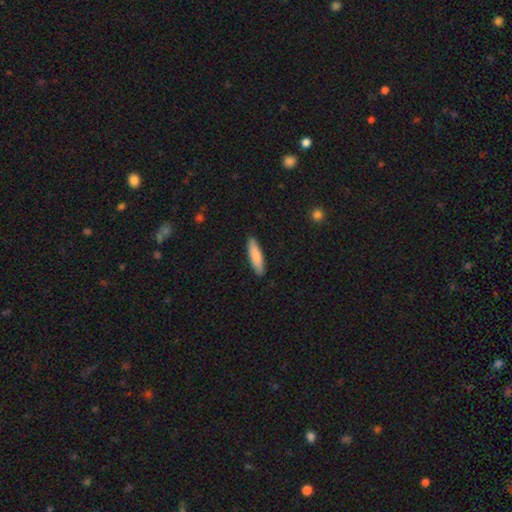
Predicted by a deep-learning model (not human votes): Smooth or featured? Predicted: smooth (p=0.85). How rounded? Predicted: cigar-shaped (p=0.72). Merging? Predicted: none (p=0.89).